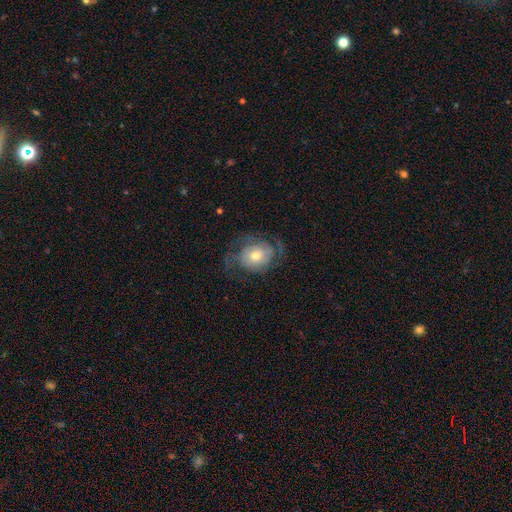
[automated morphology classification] Smooth or featured? featured or disk (71%)
Edge-on disk? no (96%)
Bar? no (76%)
Spiral arms? yes (87%)
Spiral winding? tight (41%)
Spiral arm count? 2 (52%)
Bulge size? moderate (61%)
Merging? none (64%)